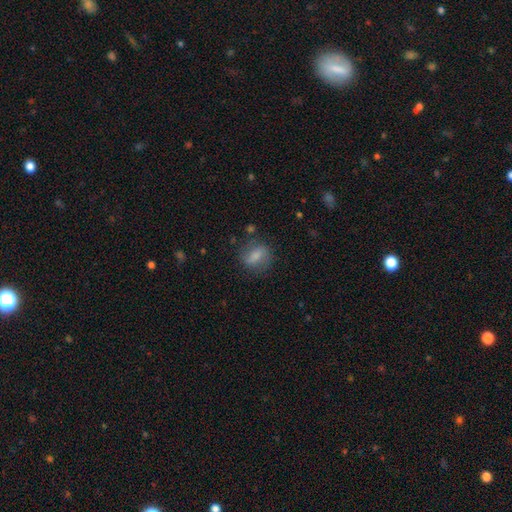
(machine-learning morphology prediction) Smooth or featured?
  - smooth: 65% *
  - featured or disk: 26%
  - star or artifact: 9%
How rounded?
  - in between: 59% *
  - round: 32%
  - cigar-shaped: 8%
Merging?
  - none: 72% *
  - minor disturbance: 18%
  - major disturbance: 8%
  - merger: 3%